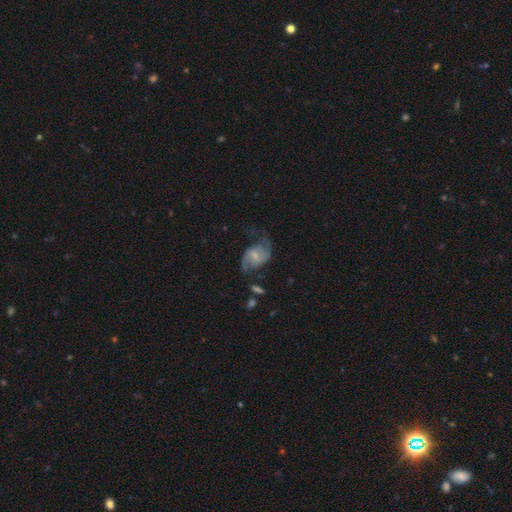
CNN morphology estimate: featured or disk 73%, smooth 20%, star or artifact 7%. Down the decision tree: edge-on disk — no (97%); bar — weak (49%); spiral arms — yes (90%); spiral arm count — 2 (85%); spiral winding — loose (48%); bulge size — small (51%); merging — none (50%).